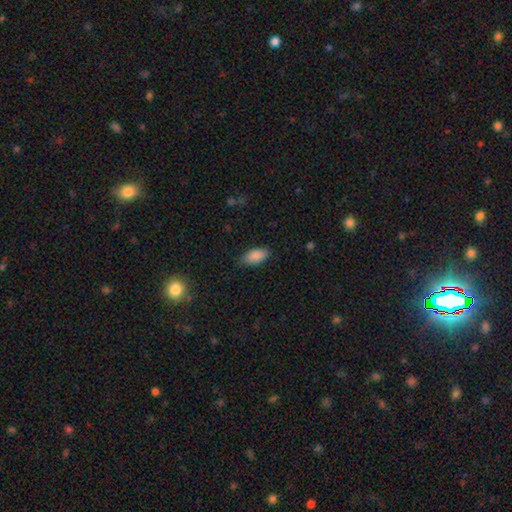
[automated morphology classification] A smooth galaxy with no disk features (88%) that is in between round and cigar-shaped (92%).

Vote fractions:
- Smooth or featured? smooth: 88% / star or artifact: 7% / featured or disk: 5%
- How rounded? in between: 92% / cigar-shaped: 5% / round: 3%
- Merging? none: 79% / minor disturbance: 17% / major disturbance: 3% / merger: 1%